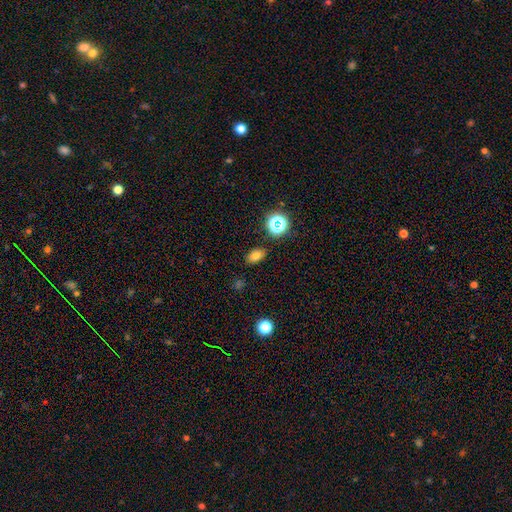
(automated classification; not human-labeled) A smooth galaxy with no disk features (75%) that is in between round and cigar-shaped (83%). Merging: none (86%).